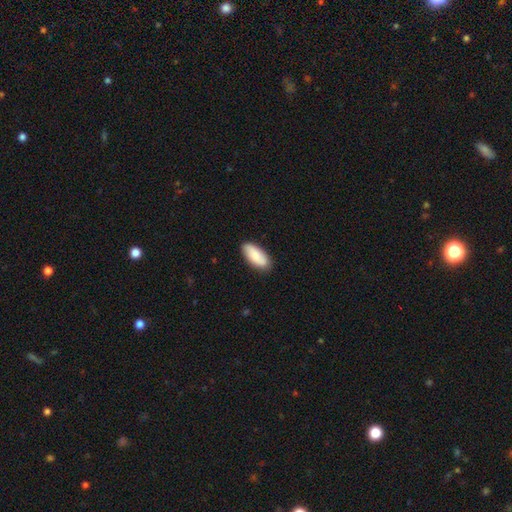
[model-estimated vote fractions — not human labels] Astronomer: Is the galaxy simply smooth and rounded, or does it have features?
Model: smooth — 83%.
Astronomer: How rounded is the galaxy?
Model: in between — 86%.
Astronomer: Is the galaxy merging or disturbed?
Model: none — 87%.